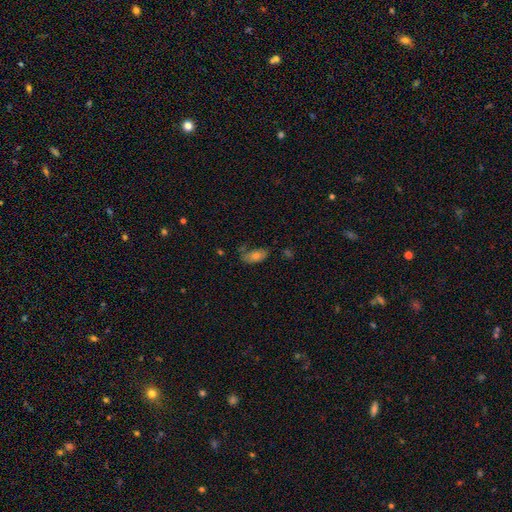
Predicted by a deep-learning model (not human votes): The model was most divided on "merging": none: 53%, minor disturbance: 28%, major disturbance: 12%, merger: 7%. More confident: how rounded — in between (88%); smooth or featured — smooth (65%).